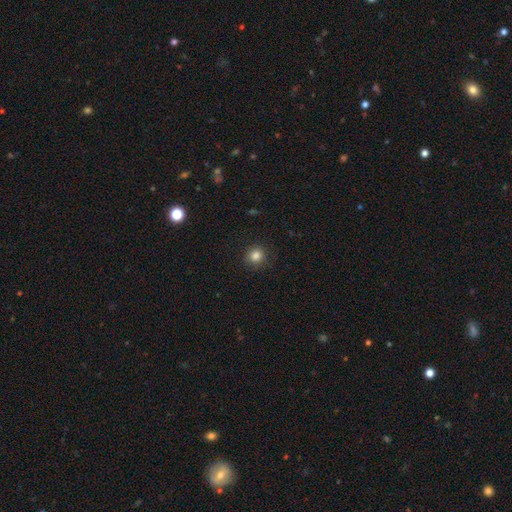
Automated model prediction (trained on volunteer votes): Overall: smooth (84%). How rounded: round (90%). Merging: none (89%).